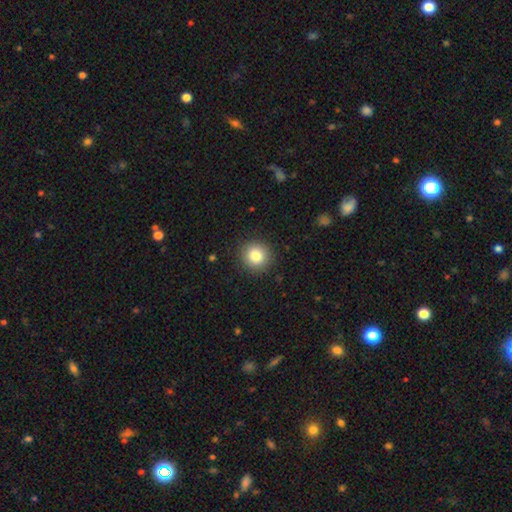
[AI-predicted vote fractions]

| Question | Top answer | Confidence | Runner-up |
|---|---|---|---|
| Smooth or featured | smooth | 83% | star or artifact (10%) |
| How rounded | round | 92% | in between (7%) |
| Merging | none | 91% | minor disturbance (6%) |